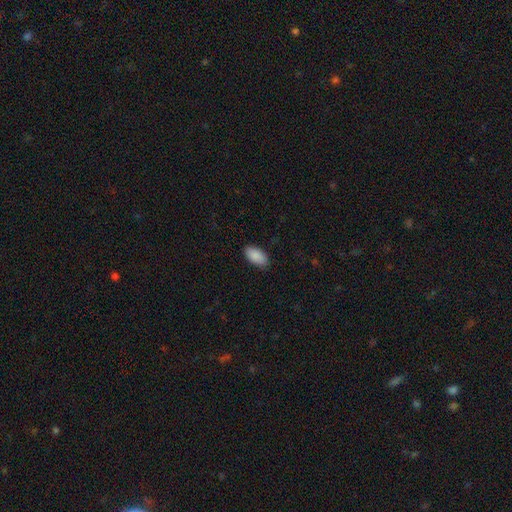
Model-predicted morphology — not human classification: Smooth or featured: smooth — 90% (star or artifact — 6%)
How rounded: in between — 94% (cigar-shaped — 4%)
Merging: none — 87% (minor disturbance — 10%)